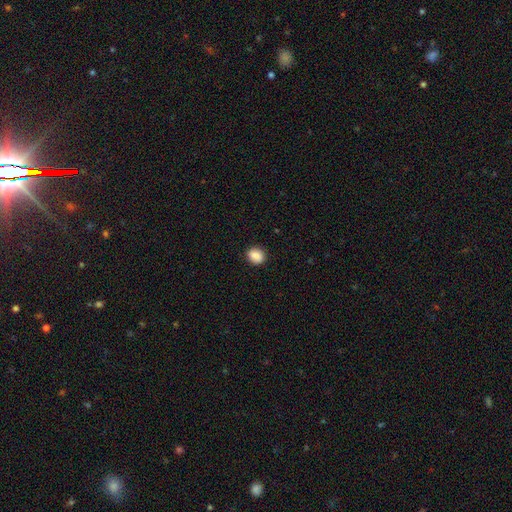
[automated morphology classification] smooth_or_featured: smooth (p=0.88) [alt: star or artifact p=0.08]
how_rounded: round (p=0.59) [alt: in between p=0.40]
merging: none (p=0.88) [alt: minor disturbance p=0.09]